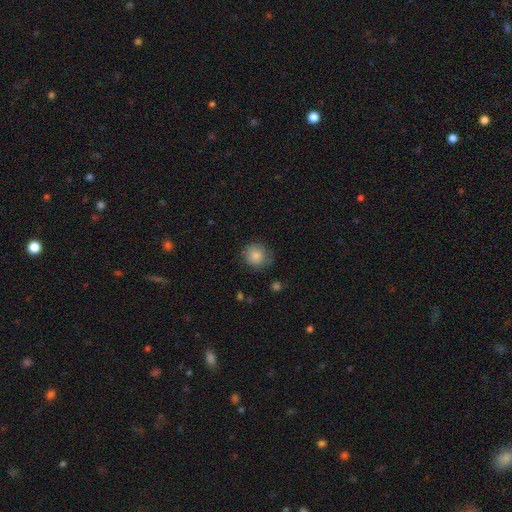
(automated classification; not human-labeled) Smooth or featured? smooth (84%)
How rounded? round (88%)
Merging? none (73%)